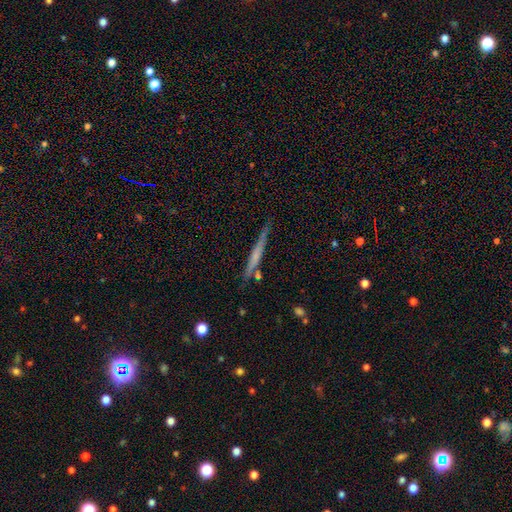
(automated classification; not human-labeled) Overall: featured or disk (50%; smooth 43%). Merging: none (78%).